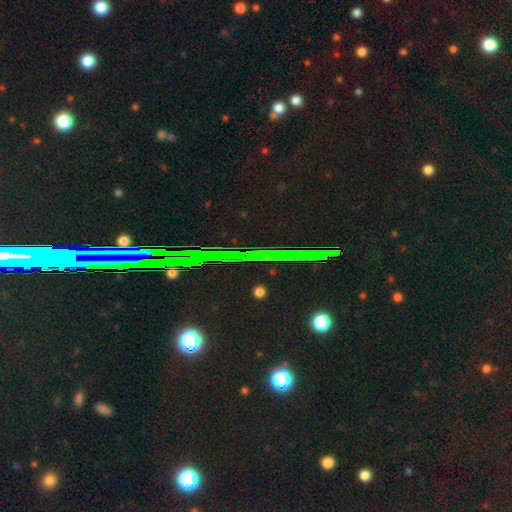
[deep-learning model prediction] This is clearly a star or artifact rather than a galaxy (82%).